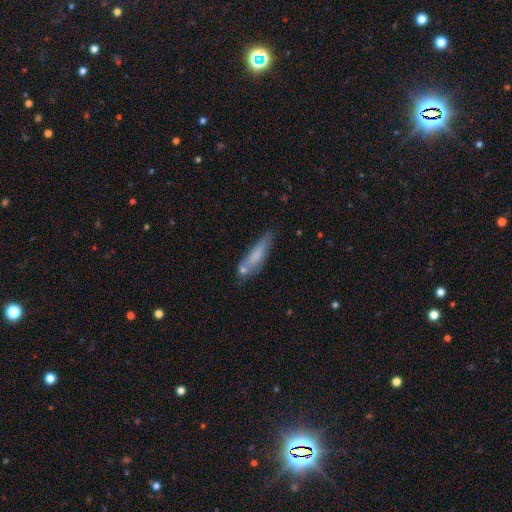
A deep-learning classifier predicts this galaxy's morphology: Smooth or featured?
  - smooth: 67% *
  - featured or disk: 25%
  - star or artifact: 8%
How rounded?
  - cigar-shaped: 78% *
  - in between: 20%
  - round: 2%
Merging?
  - none: 55% *
  - minor disturbance: 24%
  - merger: 13%
  - major disturbance: 8%